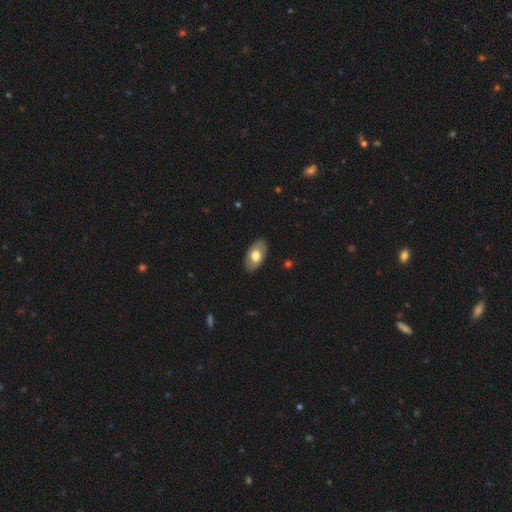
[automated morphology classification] type=smooth (65%); roundness=in between (94%); merging=none (86%).